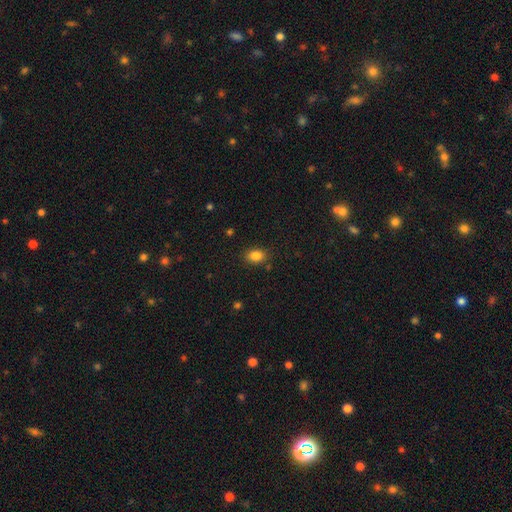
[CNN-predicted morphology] Q: Smooth or featured?
A: smooth (84%); runner-up: star or artifact (10%)
Q: How rounded?
A: in between (74%); runner-up: round (24%)
Q: Merging?
A: none (85%); runner-up: minor disturbance (11%)